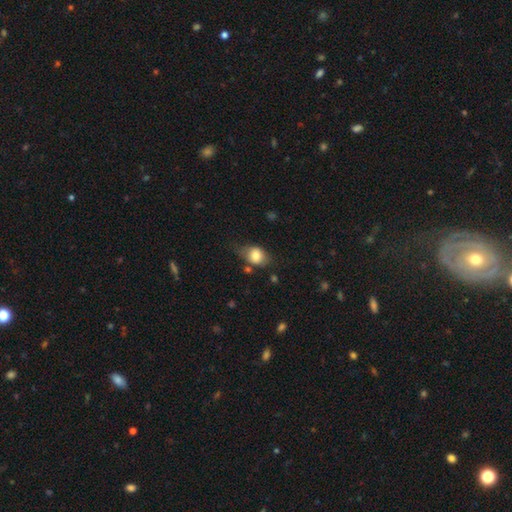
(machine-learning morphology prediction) Smooth or featured? Predicted: smooth (p=0.77). How rounded? Predicted: in between (p=0.60). Merging? Predicted: none (p=0.53).